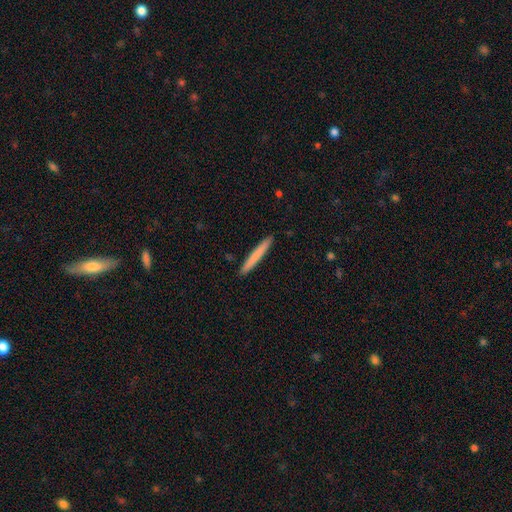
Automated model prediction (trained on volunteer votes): This appears to be a smooth galaxy with no disk features (74%) that is cigar-shaped (97%). Merging: none (92%).